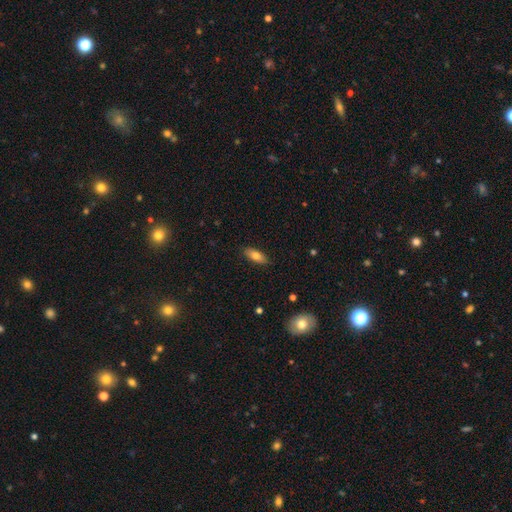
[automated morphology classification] type=smooth (75%); roundness=in between (75%); merging=none (87%).